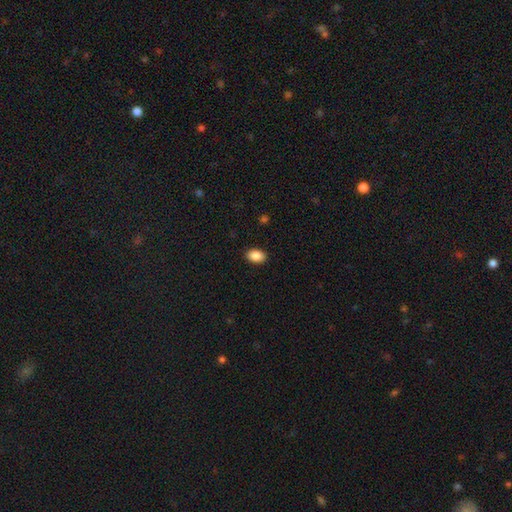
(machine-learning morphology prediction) smooth 89%, star or artifact 8%, featured or disk 3%. Down the decision tree: how rounded — in between (86%); merging — none (90%).